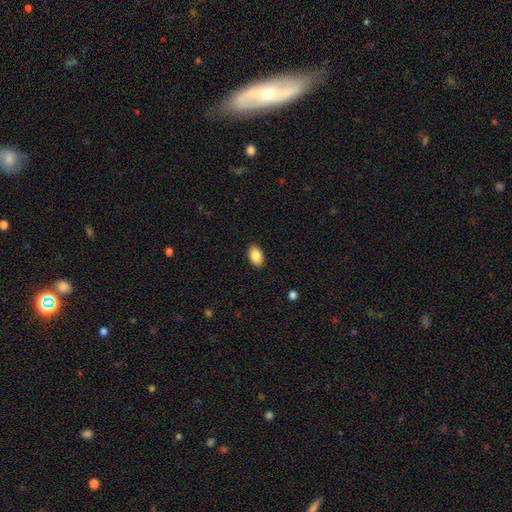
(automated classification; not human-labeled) Smooth or featured?
  - smooth: 87% *
  - star or artifact: 7%
  - featured or disk: 5%
How rounded?
  - in between: 91% *
  - round: 7%
  - cigar-shaped: 1%
Merging?
  - none: 89% *
  - minor disturbance: 8%
  - major disturbance: 2%
  - merger: 1%